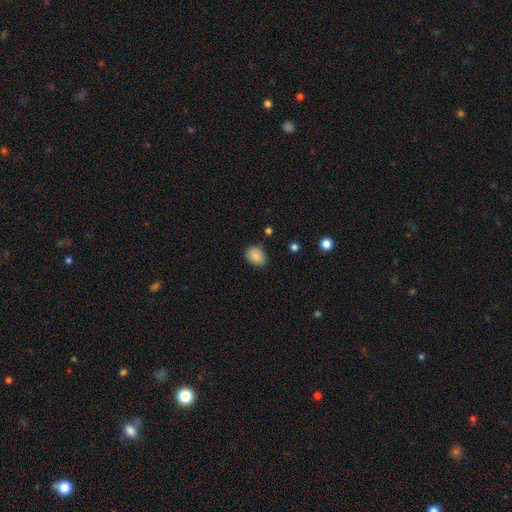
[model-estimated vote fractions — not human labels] Smooth or featured?
  - smooth: 86% *
  - star or artifact: 8%
  - featured or disk: 6%
How rounded?
  - in between: 63% *
  - round: 36%
  - cigar-shaped: 1%
Merging?
  - none: 77% *
  - minor disturbance: 18%
  - major disturbance: 3%
  - merger: 2%